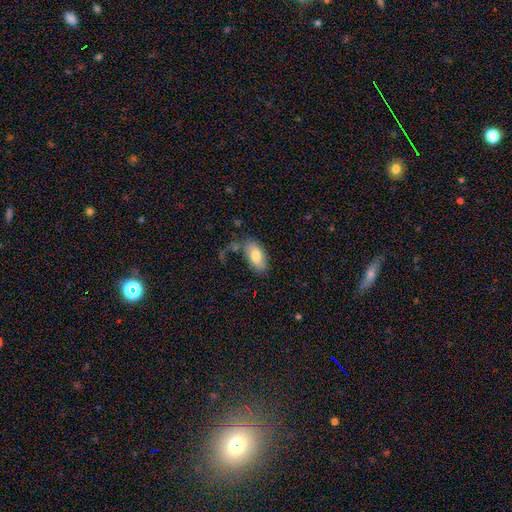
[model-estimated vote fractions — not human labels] Smooth or featured? Predicted: smooth (p=0.73). How rounded? Predicted: in between (p=0.93). Merging? Predicted: none (p=0.59).